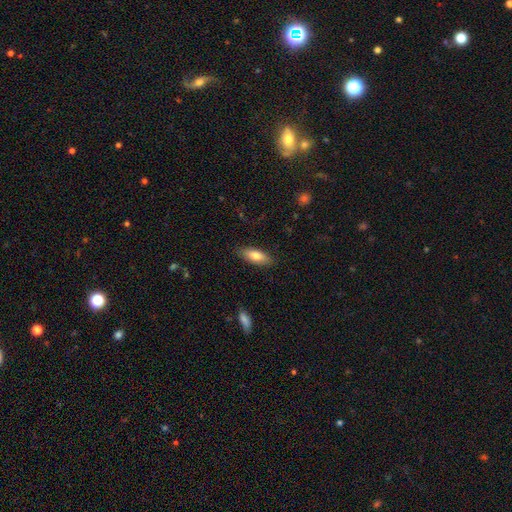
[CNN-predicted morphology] Smooth or featured?
  - smooth: 77% *
  - featured or disk: 16%
  - star or artifact: 6%
How rounded?
  - in between: 74% *
  - cigar-shaped: 24%
  - round: 2%
Merging?
  - none: 85% *
  - minor disturbance: 11%
  - major disturbance: 2%
  - merger: 1%